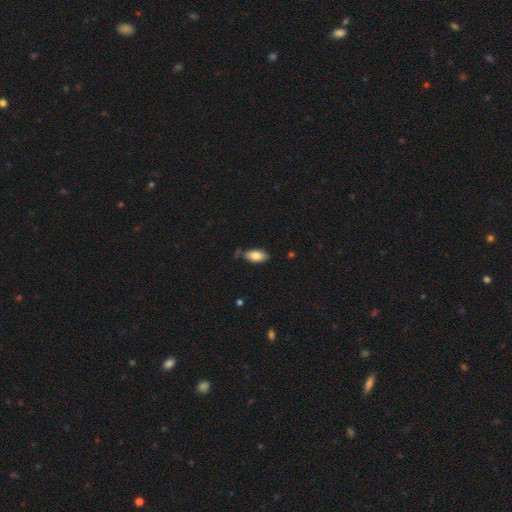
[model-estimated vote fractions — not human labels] A smooth galaxy with no disk features (81%) that is in between round and cigar-shaped (93%).

Vote fractions:
- Smooth or featured? smooth: 81% / featured or disk: 12% / star or artifact: 7%
- How rounded? in between: 93% / cigar-shaped: 4% / round: 3%
- Merging? none: 73% / minor disturbance: 19% / merger: 4% / major disturbance: 3%